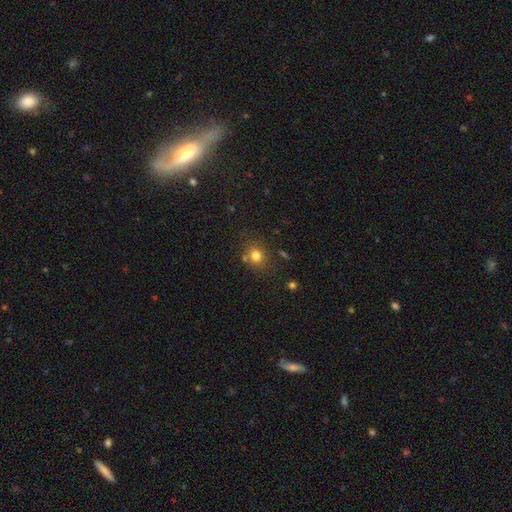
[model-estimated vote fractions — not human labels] A smooth galaxy with no disk features (78%) that is round (77%). Merging: none (74%).